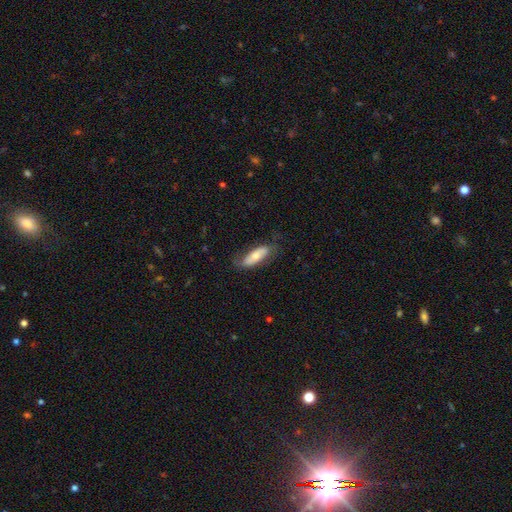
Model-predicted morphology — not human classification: Smooth or featured? Predicted: smooth (p=0.61). How rounded? Predicted: in between (p=0.65). Merging? Predicted: none (p=0.68).